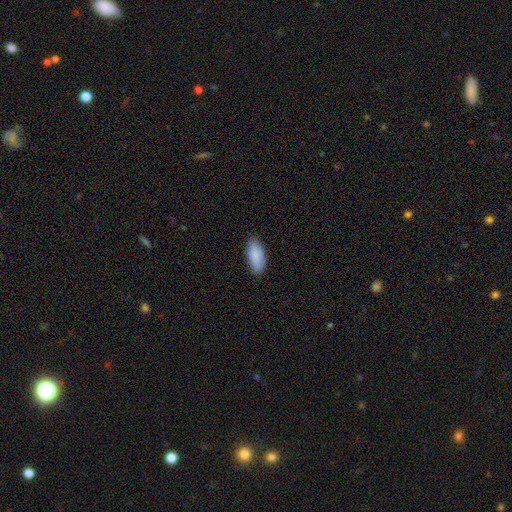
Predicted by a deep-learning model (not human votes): Smooth or featured? Predicted: smooth (p=0.89). How rounded? Predicted: in between (p=0.88). Merging? Predicted: none (p=0.86).